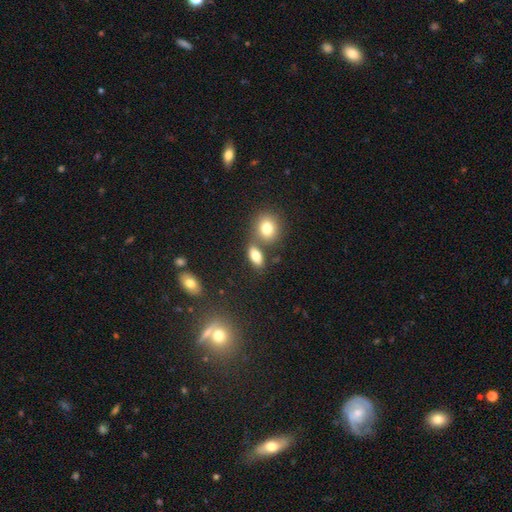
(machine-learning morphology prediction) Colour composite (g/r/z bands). It shows a smooth galaxy with no disk features (79%) that is in between round and cigar-shaped (82%). Merging: none (61%).